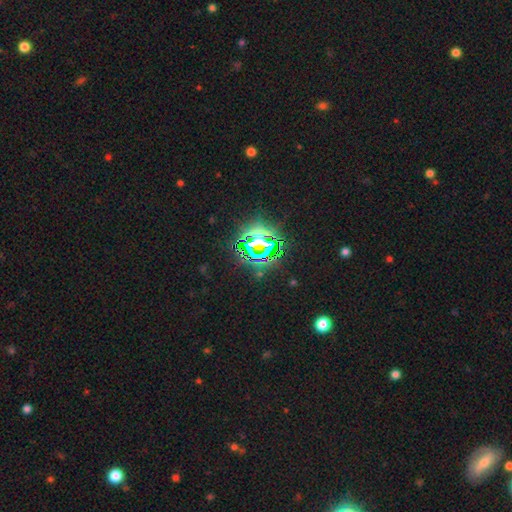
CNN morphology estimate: Overall: star or artifact (81%).